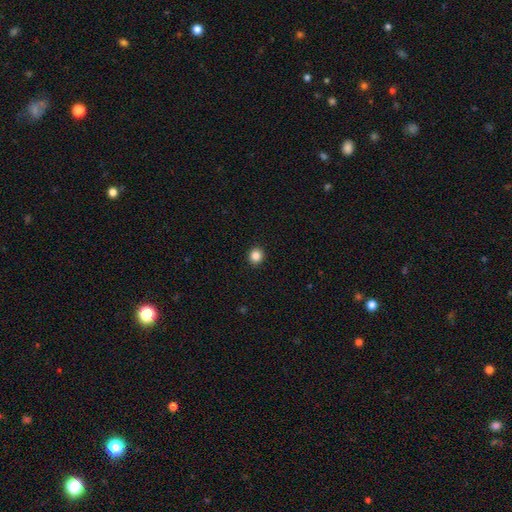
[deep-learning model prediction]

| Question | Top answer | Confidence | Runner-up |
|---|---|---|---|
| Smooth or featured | smooth | 85% | star or artifact (11%) |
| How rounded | round | 92% | in between (7%) |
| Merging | none | 94% | minor disturbance (4%) |